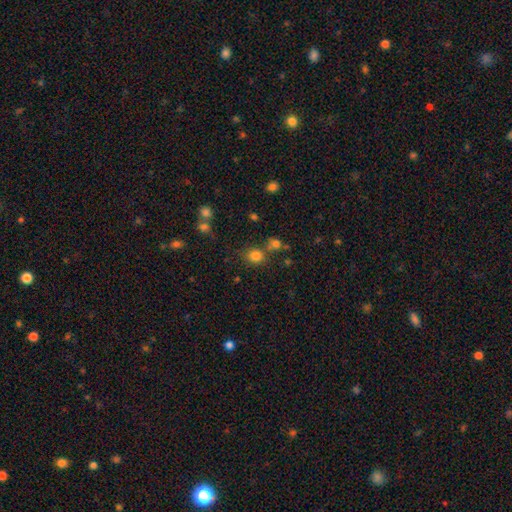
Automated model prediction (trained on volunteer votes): smooth_or_featured: smooth (p=0.80) [alt: star or artifact p=0.15]
how_rounded: round (p=0.78) [alt: in between p=0.21]
merging: none (p=0.71) [alt: merger p=0.14]